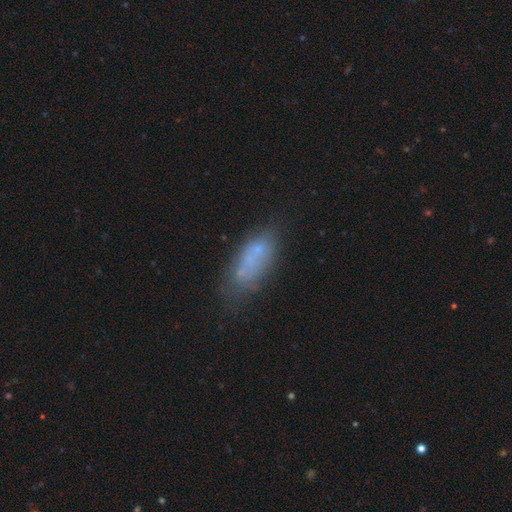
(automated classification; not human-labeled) smooth 56%, featured or disk 31%, star or artifact 13%. Down the decision tree: how rounded — in between (75%); merging — none (52%).